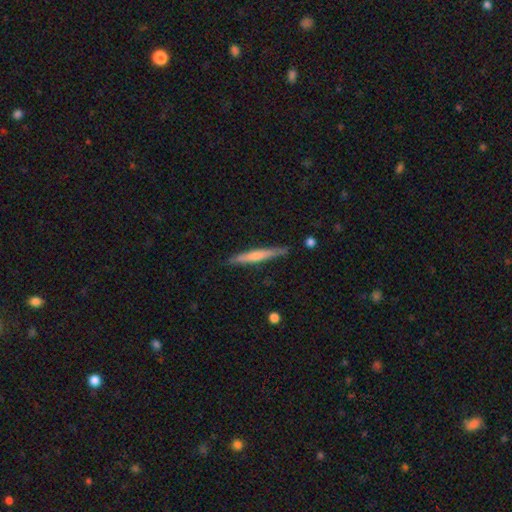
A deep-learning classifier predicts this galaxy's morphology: Q: Smooth or featured?
A: featured or disk (61%); runner-up: smooth (32%)
Q: Edge-on disk?
A: yes (97%); runner-up: no (3%)
Q: Edge-on bulge?
A: rounded (69%); runner-up: none (23%)
Q: Merging?
A: none (89%); runner-up: minor disturbance (8%)